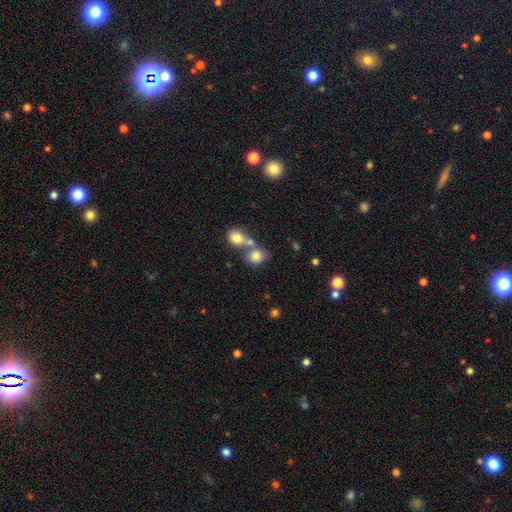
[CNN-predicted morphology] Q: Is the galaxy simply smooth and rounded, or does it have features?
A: smooth — 80%.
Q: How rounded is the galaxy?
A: round — 62%.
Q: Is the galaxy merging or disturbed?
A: merger — 50%.